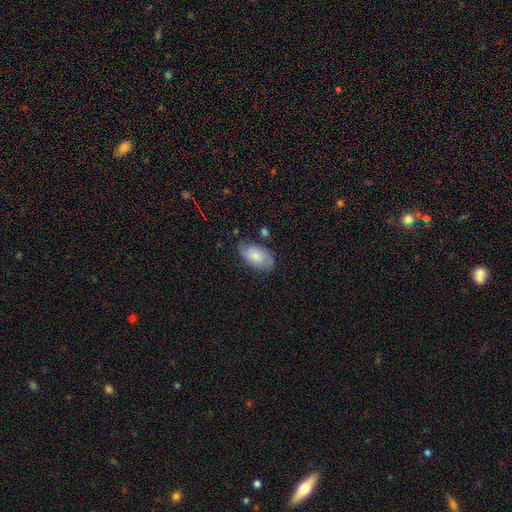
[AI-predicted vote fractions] This appears to be a smooth galaxy with no disk features (75%) that is in between round and cigar-shaped (94%). Merging: none (67%).